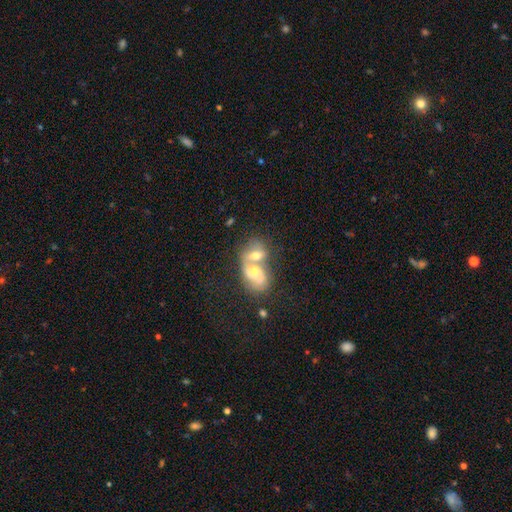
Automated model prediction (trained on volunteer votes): smooth-or-featured: featured or disk: 47% | smooth: 46% | star or artifact: 8%
  merging: merger: 78% | none: 12% | minor disturbance: 5% | major disturbance: 4%